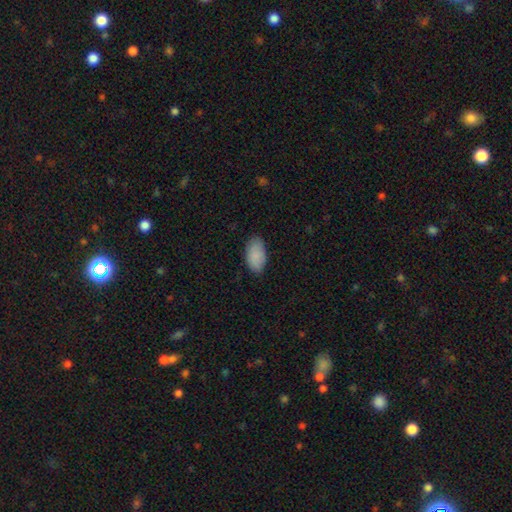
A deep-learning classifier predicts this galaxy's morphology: smooth 89%, star or artifact 6%, featured or disk 5%. Down the decision tree: how rounded — in between (95%); merging — none (82%).